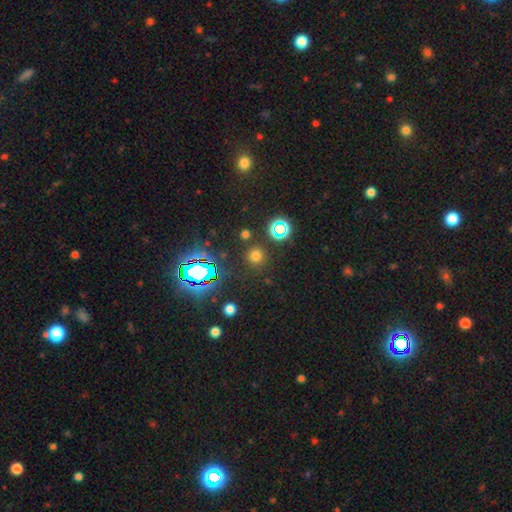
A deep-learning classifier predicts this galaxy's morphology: Overall: smooth (65%; star or artifact 29%). How rounded: round (93%). Merging: none (85%).